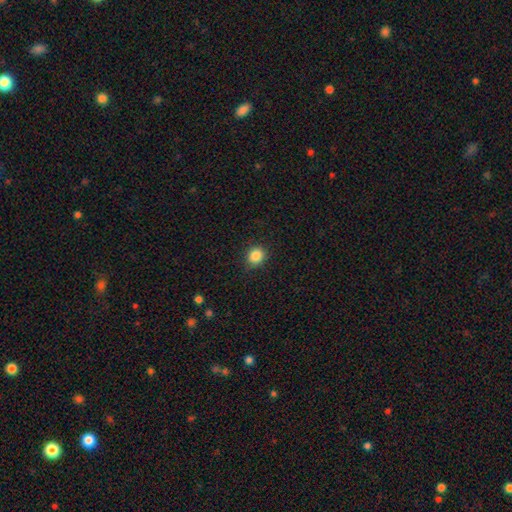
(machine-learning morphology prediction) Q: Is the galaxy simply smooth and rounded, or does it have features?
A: smooth — 86%.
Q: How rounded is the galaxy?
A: round — 80%.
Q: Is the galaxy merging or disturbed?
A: none — 89%.